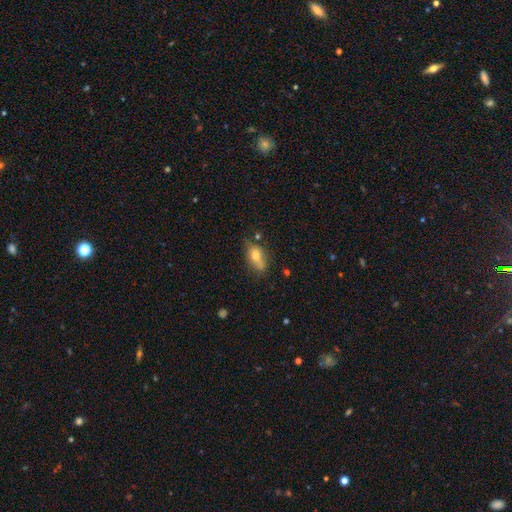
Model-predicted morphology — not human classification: type=smooth (64%); roundness=in between (79%); merging=none (62%).